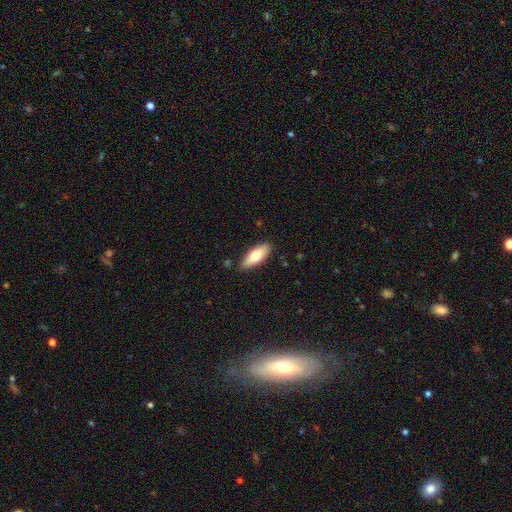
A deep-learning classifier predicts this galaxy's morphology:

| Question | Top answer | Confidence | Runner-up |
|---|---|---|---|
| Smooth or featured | smooth | 69% | featured or disk (25%) |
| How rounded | in between | 72% | cigar-shaped (26%) |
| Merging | none | 87% | minor disturbance (10%) |